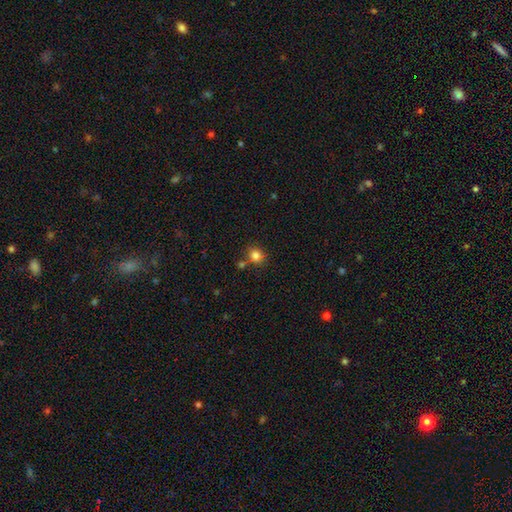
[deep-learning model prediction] Smooth or featured?
  - smooth: 82% *
  - star or artifact: 12%
  - featured or disk: 6%
How rounded?
  - round: 70% *
  - in between: 29%
  - cigar-shaped: 1%
Merging?
  - none: 70% *
  - merger: 15%
  - minor disturbance: 11%
  - major disturbance: 3%